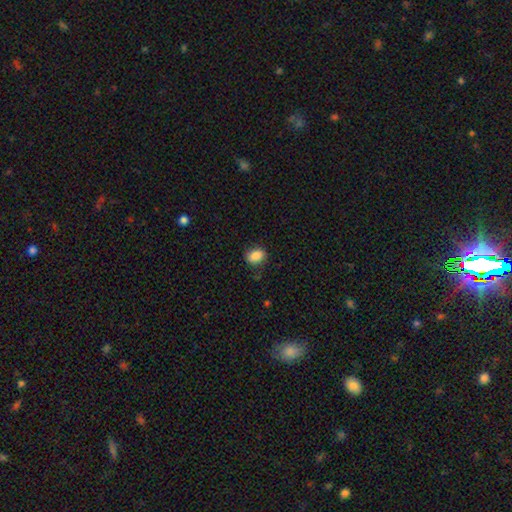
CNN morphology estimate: Q: Smooth or featured?
A: smooth (87%); runner-up: star or artifact (9%)
Q: How rounded?
A: in between (69%); runner-up: round (30%)
Q: Merging?
A: none (79%); runner-up: minor disturbance (16%)